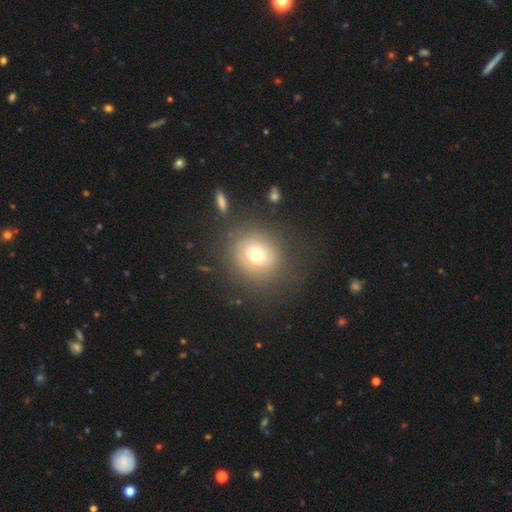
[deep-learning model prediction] Q: Smooth or featured?
A: smooth (67%); runner-up: featured or disk (19%)
Q: How rounded?
A: round (80%); runner-up: in between (19%)
Q: Merging?
A: none (78%); runner-up: minor disturbance (11%)